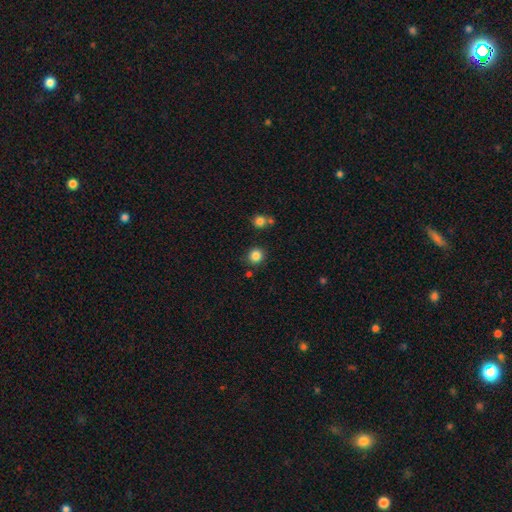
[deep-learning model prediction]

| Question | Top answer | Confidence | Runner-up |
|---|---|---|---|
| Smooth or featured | smooth | 84% | star or artifact (11%) |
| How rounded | round | 90% | in between (9%) |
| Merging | none | 85% | minor disturbance (8%) |